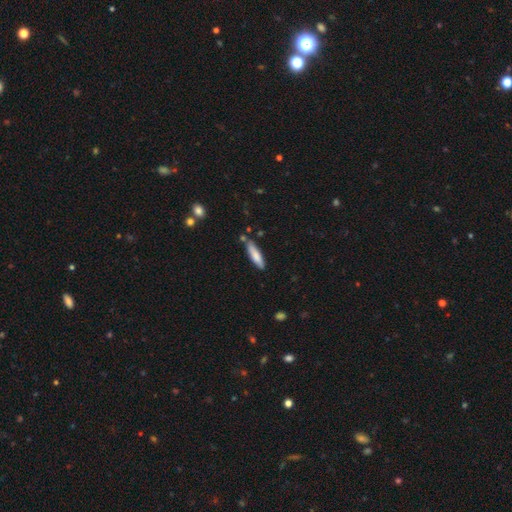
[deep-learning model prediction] Overall: smooth (78%). How rounded: cigar-shaped (72%). Merging: none (74%).